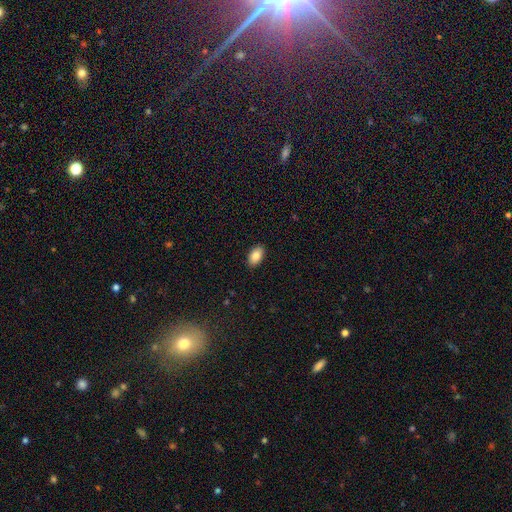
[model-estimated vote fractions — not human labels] smooth_or_featured: smooth (p=0.87) [alt: star or artifact p=0.07]
how_rounded: in between (p=0.93) [alt: round p=0.05]
merging: none (p=0.89) [alt: minor disturbance p=0.08]